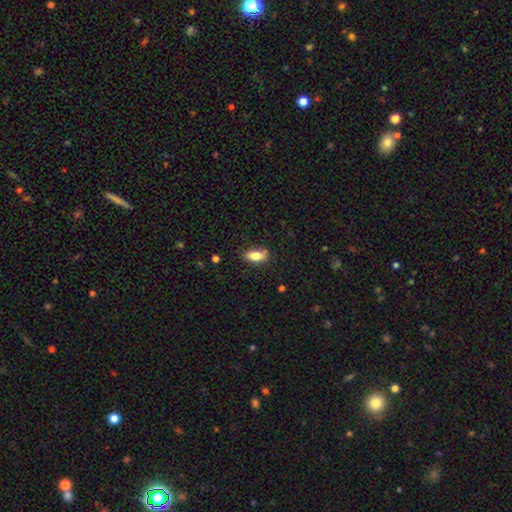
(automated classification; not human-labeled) Overall: smooth (78%). How rounded: in between (84%). Merging: none (72%).